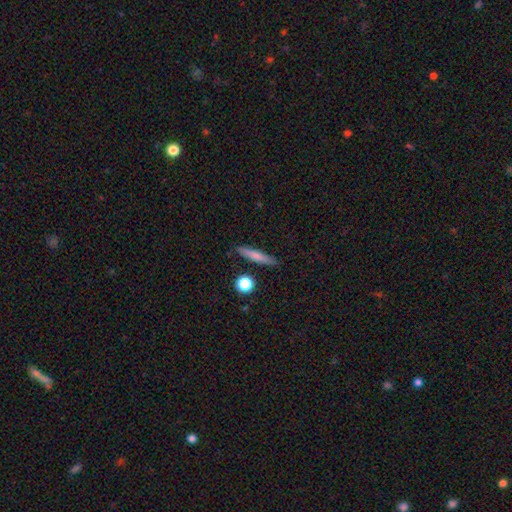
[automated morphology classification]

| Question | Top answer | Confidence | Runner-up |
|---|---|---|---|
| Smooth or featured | smooth | 70% | featured or disk (23%) |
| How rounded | cigar-shaped | 89% | in between (8%) |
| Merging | none | 87% | minor disturbance (9%) |